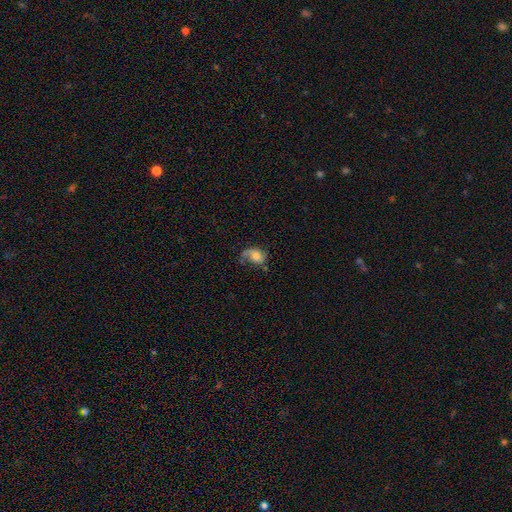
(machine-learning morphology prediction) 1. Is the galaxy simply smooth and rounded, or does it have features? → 46% featured or disk, 45% smooth, 9% star or artifact.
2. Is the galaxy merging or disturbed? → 41% none, 28% minor disturbance, 26% major disturbance, 5% merger.